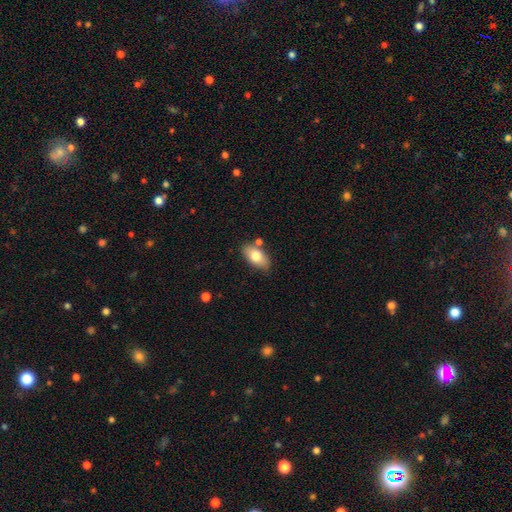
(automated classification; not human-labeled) Morphology: type=smooth (75%); roundness=in between (91%); merging=none (73%).